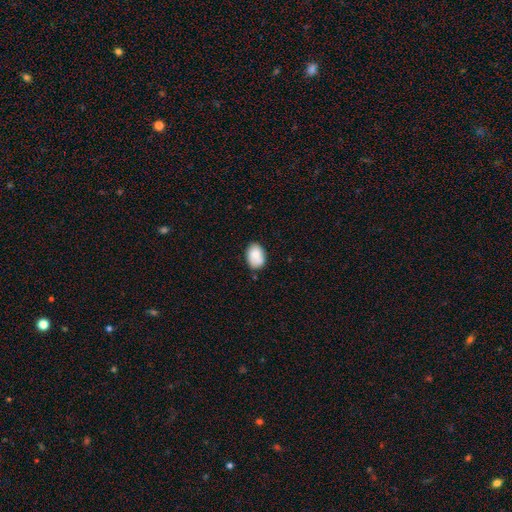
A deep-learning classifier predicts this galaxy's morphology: This is likely a smooth galaxy (80%). How rounded: clearly in between (83%). Merging: likely none (72%).